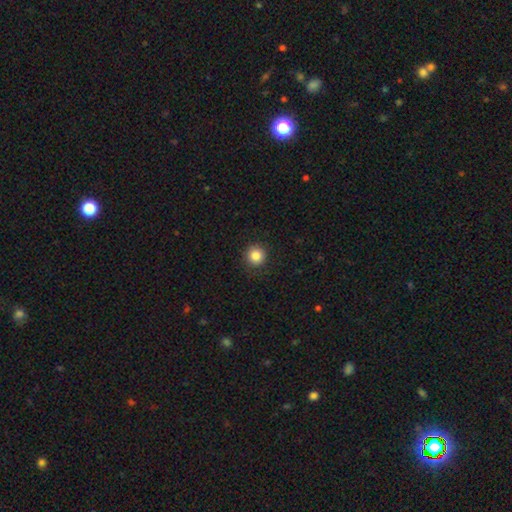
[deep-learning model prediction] Overall: smooth (84%). How rounded: round (94%). Merging: none (90%).